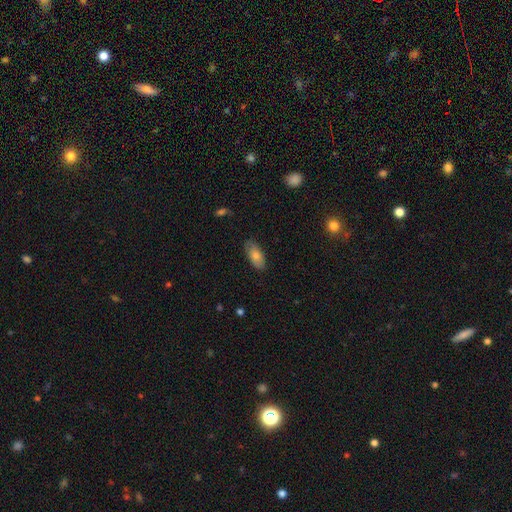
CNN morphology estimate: Q: Smooth or featured?
A: smooth (72%); runner-up: featured or disk (21%)
Q: How rounded?
A: in between (89%); runner-up: cigar-shaped (8%)
Q: Merging?
A: none (81%); runner-up: minor disturbance (15%)